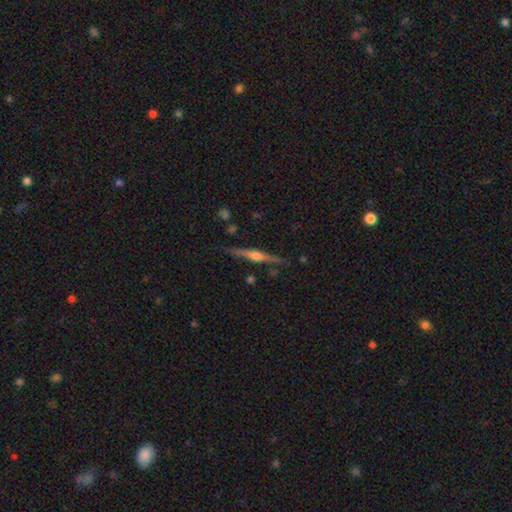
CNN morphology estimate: smooth_or_featured: featured or disk (p=0.82) [alt: smooth p=0.11]
disk_edge_on: yes (p=0.98) [alt: no p=0.02]
edge_on_bulge: rounded (p=0.90) [alt: boxy p=0.07]
merging: none (p=0.88) [alt: minor disturbance p=0.08]